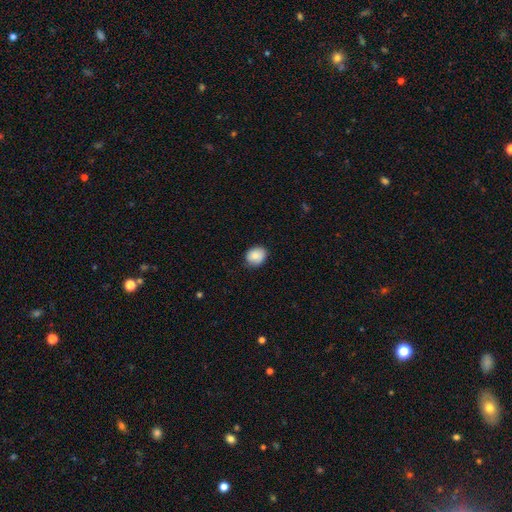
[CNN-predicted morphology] The model was most divided on "how rounded": round: 60%, in between: 40%, cigar-shaped: 1%. More confident: smooth or featured — smooth (85%); merging — none (80%).